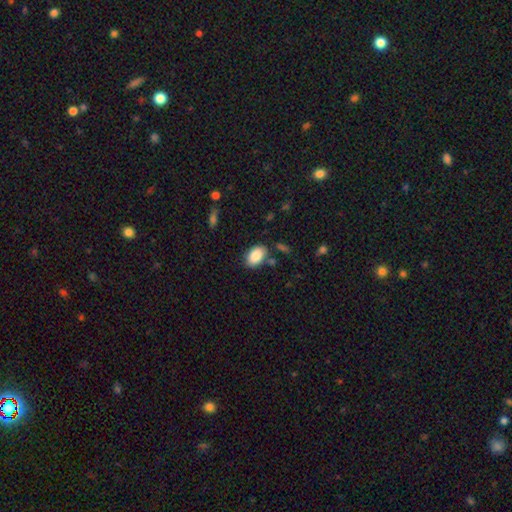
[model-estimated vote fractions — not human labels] smooth-or-featured: smooth: 87% | star or artifact: 7% | featured or disk: 6%
  how-rounded: in between: 90% | round: 8% | cigar-shaped: 1%
  merging: none: 77% | minor disturbance: 14% | merger: 6% | major disturbance: 4%